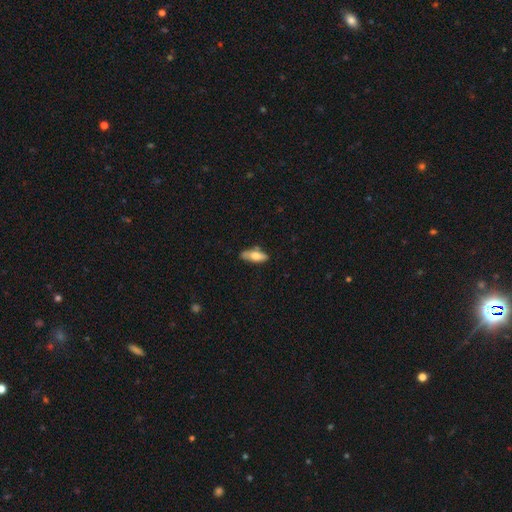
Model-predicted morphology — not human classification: type=smooth (70%); roundness=in between (69%); merging=none (67%).